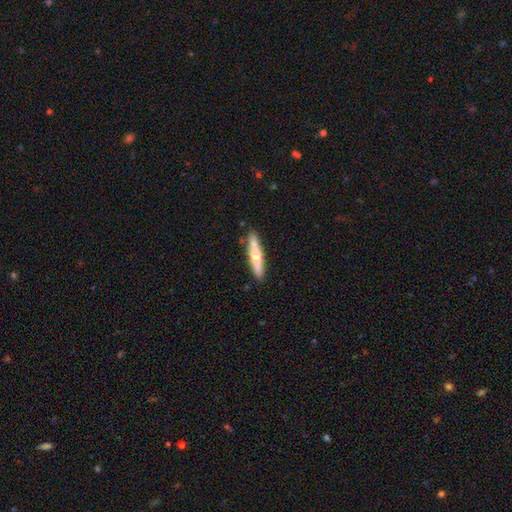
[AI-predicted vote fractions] Morphology: type=smooth (52%); roundness=cigar-shaped (89%); merging=none (88%).